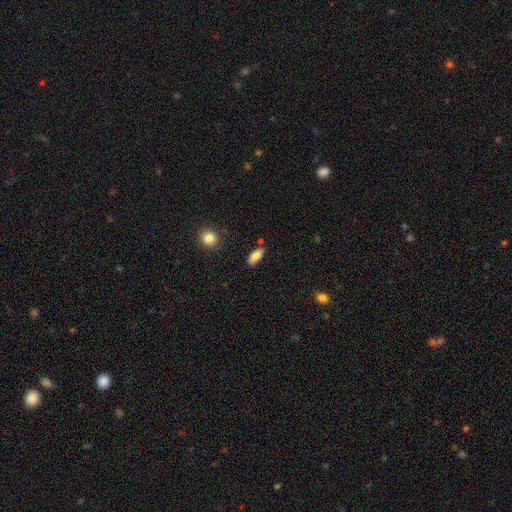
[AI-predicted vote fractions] Q: Smooth or featured?
A: smooth (81%); runner-up: featured or disk (12%)
Q: How rounded?
A: in between (83%); runner-up: cigar-shaped (15%)
Q: Merging?
A: none (80%); runner-up: minor disturbance (13%)